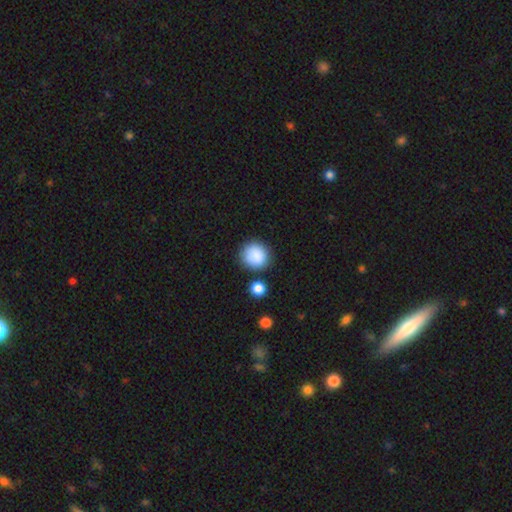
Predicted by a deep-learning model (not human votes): This is clearly a smooth galaxy (88%). How rounded: clearly round (85%). Merging: likely none (80%).